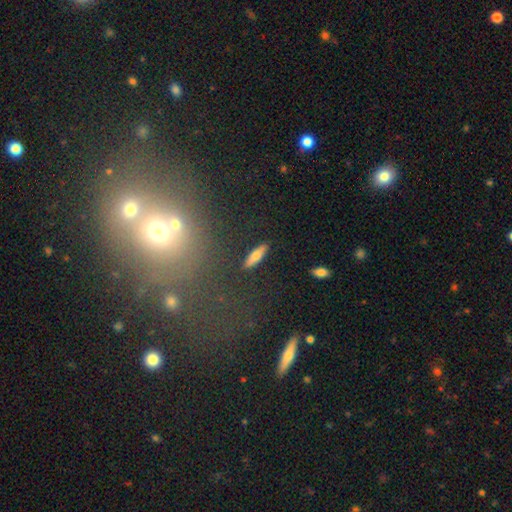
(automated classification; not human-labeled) This is likely a smooth galaxy (70%). How rounded: likely cigar-shaped (63%). Merging: clearly none (88%).